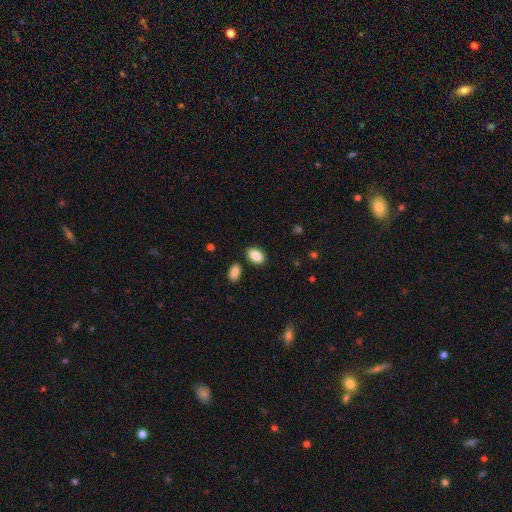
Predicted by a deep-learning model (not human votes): This appears to be a smooth galaxy with no disk features (88%) that is in between round and cigar-shaped (91%). Merging: none (84%).